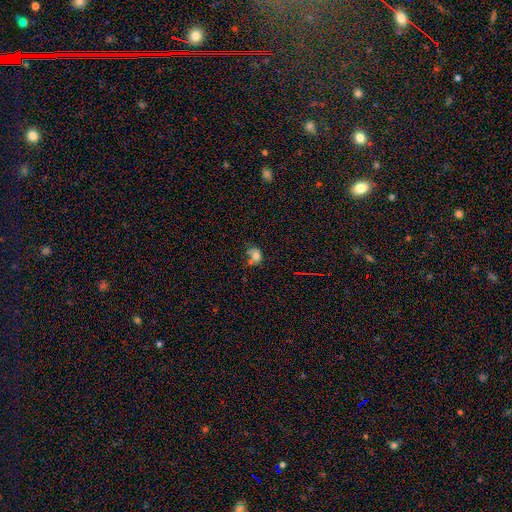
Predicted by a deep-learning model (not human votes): Smooth or featured? smooth (65%)
How rounded? in between (54%)
Merging? none (29%)